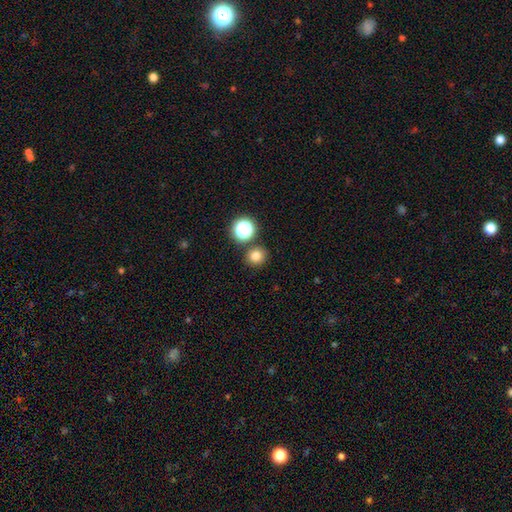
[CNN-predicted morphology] This is likely a smooth galaxy (77%). How rounded: clearly round (90%). Merging: clearly none (83%).